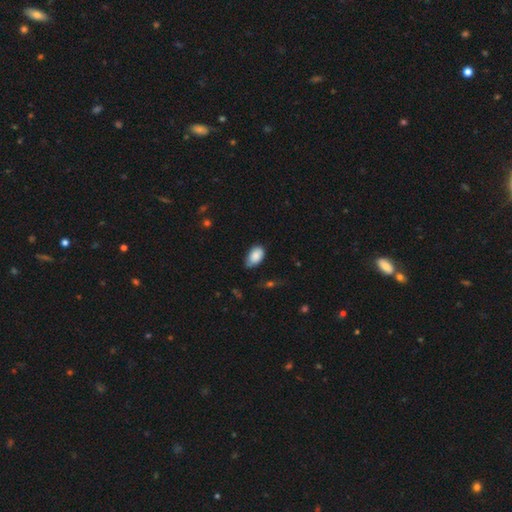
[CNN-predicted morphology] This is clearly a smooth galaxy (85%). How rounded: clearly in between (92%). Merging: likely none (62%).